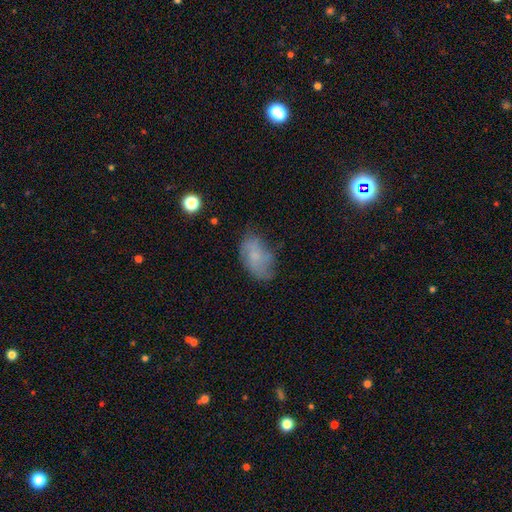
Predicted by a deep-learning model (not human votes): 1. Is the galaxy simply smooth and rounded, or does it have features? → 58% smooth, 33% featured or disk, 10% star or artifact.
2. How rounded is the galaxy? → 91% in between, 7% round, 2% cigar-shaped.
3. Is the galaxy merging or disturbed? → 61% none, 27% minor disturbance, 9% major disturbance, 2% merger.